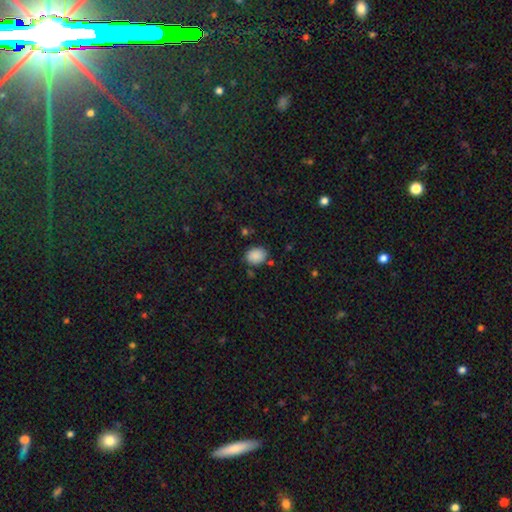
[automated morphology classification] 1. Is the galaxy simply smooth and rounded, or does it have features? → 88% smooth, 9% star or artifact, 4% featured or disk.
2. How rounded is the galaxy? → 53% in between, 46% round, 1% cigar-shaped.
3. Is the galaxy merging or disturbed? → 77% none, 15% minor disturbance, 4% merger, 4% major disturbance.